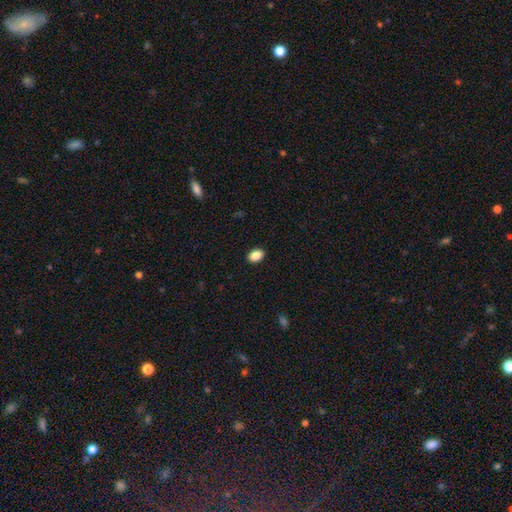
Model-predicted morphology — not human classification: smooth-or-featured: smooth: 88% | star or artifact: 8% | featured or disk: 4%
  how-rounded: in between: 84% | round: 15% | cigar-shaped: 1%
  merging: none: 90% | minor disturbance: 7% | major disturbance: 2% | merger: 1%